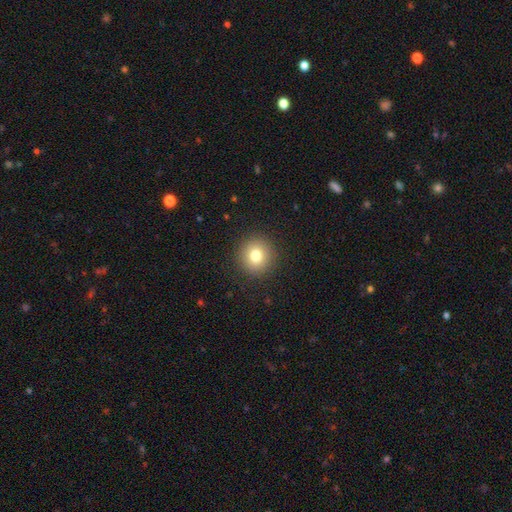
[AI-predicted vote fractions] This appears to be a smooth galaxy with no disk features (79%) that is round (93%). Merging: none (91%).